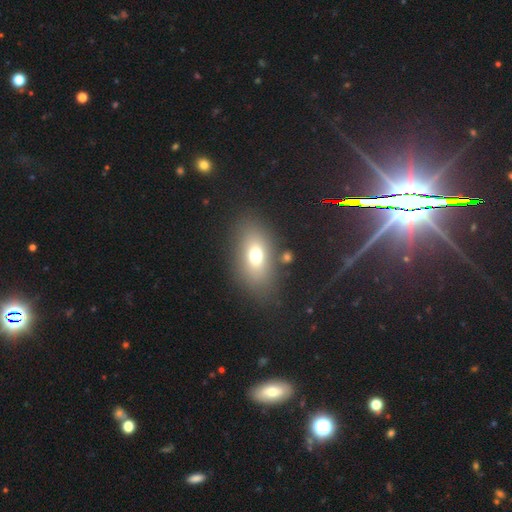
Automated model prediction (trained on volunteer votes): Overall: smooth (69%). How rounded: in between (80%). Merging: none (78%).